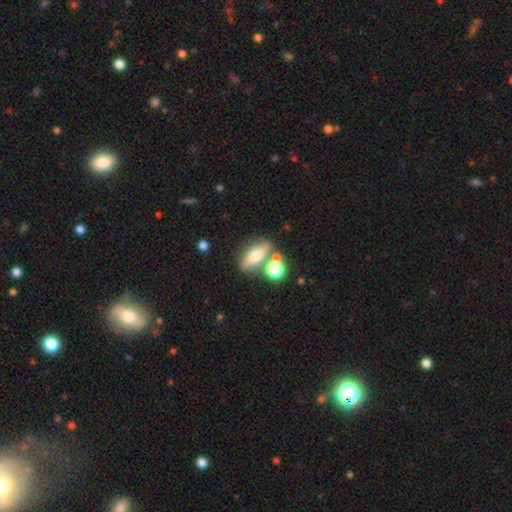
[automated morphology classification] Smooth or featured? smooth (57%)
How rounded? in between (60%)
Merging? none (64%)